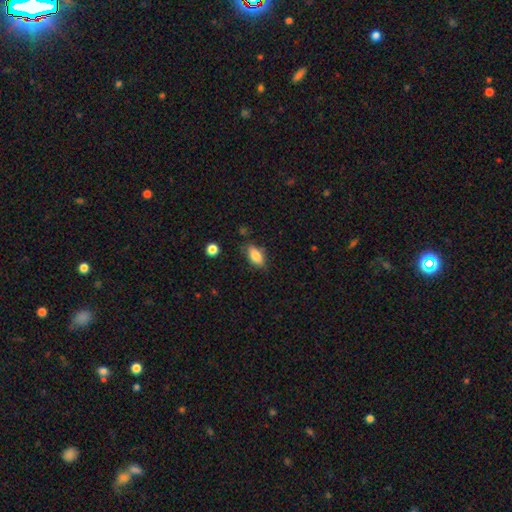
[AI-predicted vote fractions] A smooth galaxy with no disk features (80%) that is in between round and cigar-shaped (84%). Merging: none (76%).